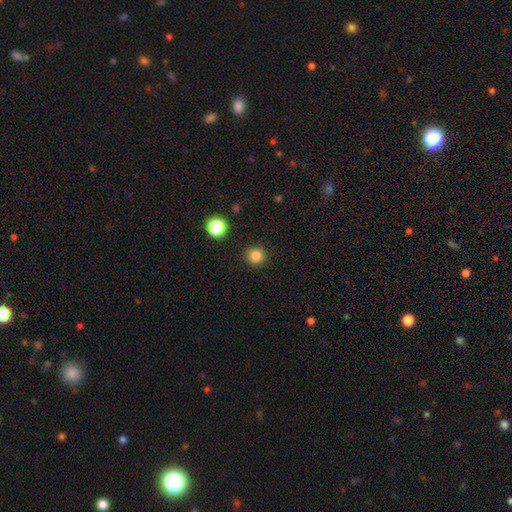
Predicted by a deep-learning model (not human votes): This appears to be a smooth galaxy with no disk features (83%) that is round (94%). Merging: none (91%).